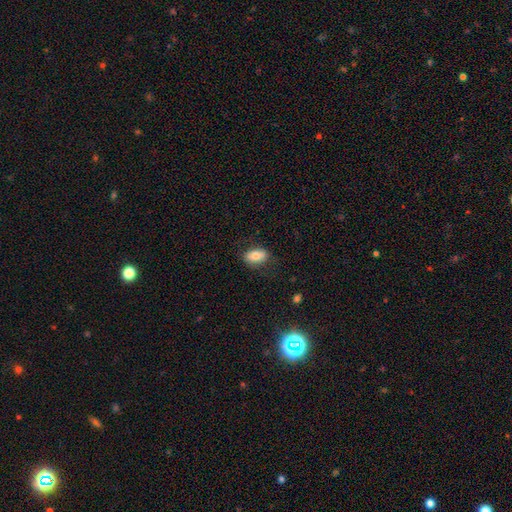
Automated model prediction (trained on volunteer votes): Q: Smooth or featured?
A: smooth (77%); runner-up: featured or disk (16%)
Q: How rounded?
A: in between (89%); runner-up: round (9%)
Q: Merging?
A: none (77%); runner-up: minor disturbance (16%)